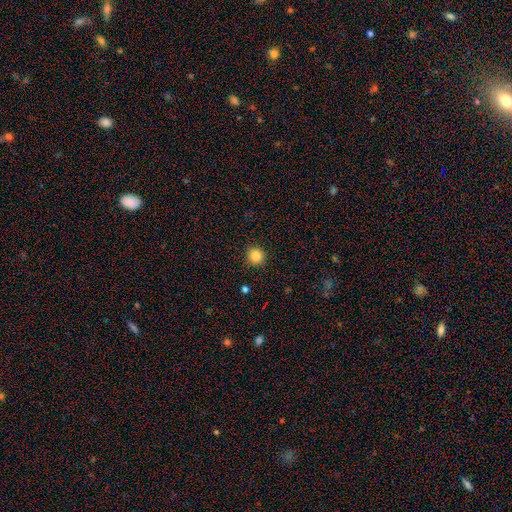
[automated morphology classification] smooth-or-featured: smooth: 84% | star or artifact: 11% | featured or disk: 4%
  how-rounded: round: 93% | in between: 6% | cigar-shaped: 1%
  merging: none: 91% | minor disturbance: 6% | major disturbance: 2% | merger: 1%